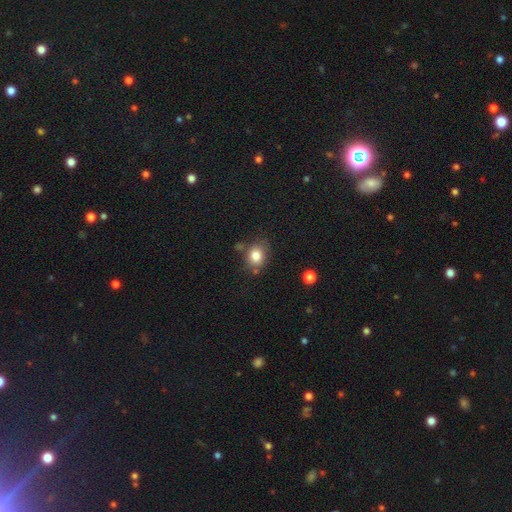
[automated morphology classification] smooth 81%, star or artifact 10%, featured or disk 9%. Down the decision tree: how rounded — round (53%); merging — none (67%).